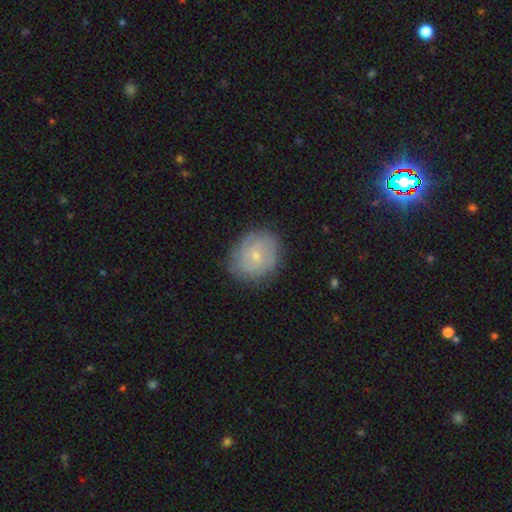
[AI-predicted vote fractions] Morphology: type=featured or disk (50%); merging=none (78%).